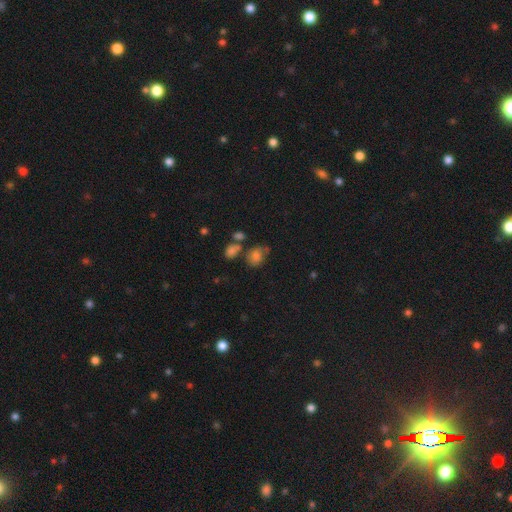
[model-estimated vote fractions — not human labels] A smooth galaxy with no disk features (75%) that is in between round and cigar-shaped (56%).

Vote fractions:
- Smooth or featured? smooth: 75% / featured or disk: 13% / star or artifact: 12%
- How rounded? in between: 56% / round: 43% / cigar-shaped: 1%
- Merging? none: 47% / minor disturbance: 24% / merger: 18% / major disturbance: 11%